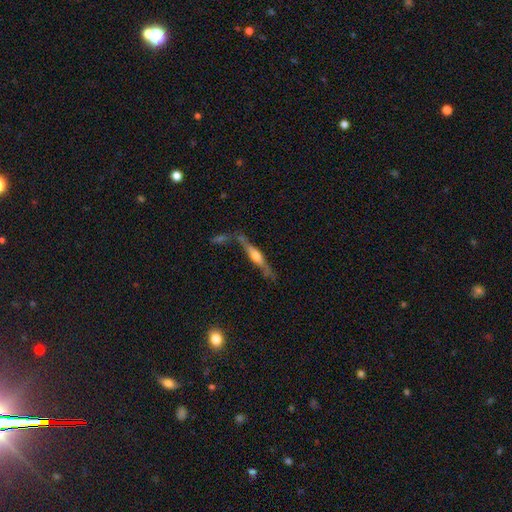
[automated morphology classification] featured or disk 65%, smooth 28%, star or artifact 6%. Down the decision tree: edge-on disk — yes (92%); edge-on bulge — rounded (80%); merging — none (61%).